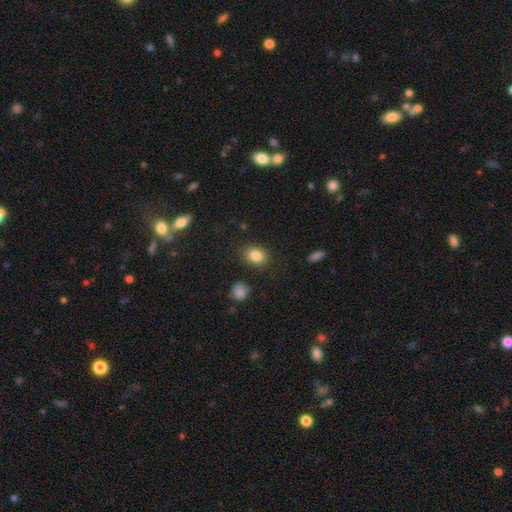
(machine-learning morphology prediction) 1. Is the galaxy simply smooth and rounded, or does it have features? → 85% smooth, 9% star or artifact, 6% featured or disk.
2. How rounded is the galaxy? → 59% in between, 40% round, 1% cigar-shaped.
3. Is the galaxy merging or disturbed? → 85% none, 10% minor disturbance, 3% major disturbance, 2% merger.